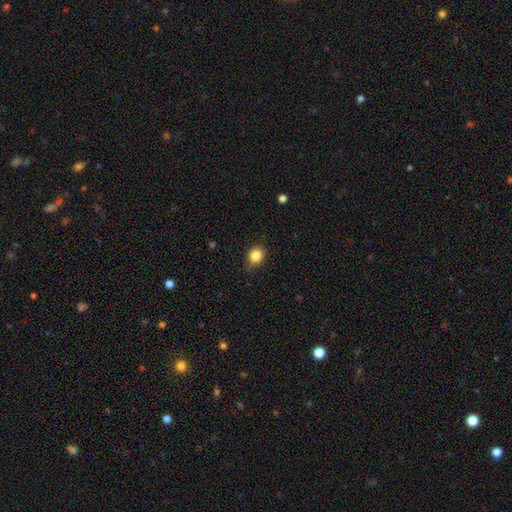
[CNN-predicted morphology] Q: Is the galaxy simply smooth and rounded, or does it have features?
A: smooth — 85%.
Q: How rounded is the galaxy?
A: round — 62%.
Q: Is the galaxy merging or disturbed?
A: none — 85%.